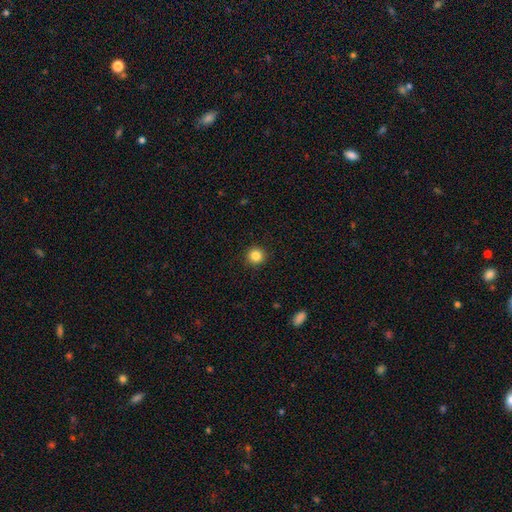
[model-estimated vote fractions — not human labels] Smooth or featured? Predicted: smooth (p=0.84). How rounded? Predicted: round (p=0.95). Merging? Predicted: none (p=0.93).